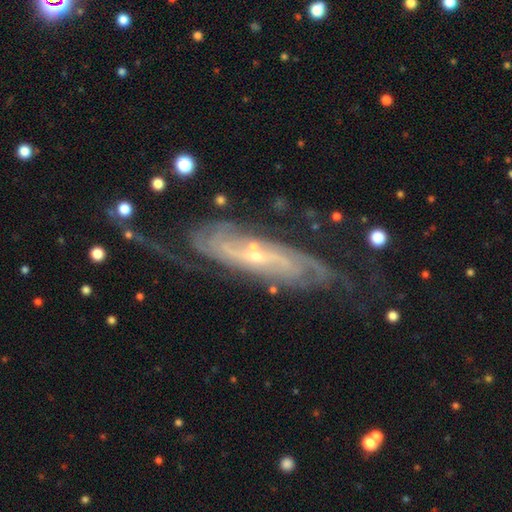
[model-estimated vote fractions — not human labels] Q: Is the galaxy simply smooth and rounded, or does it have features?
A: featured or disk — 87%.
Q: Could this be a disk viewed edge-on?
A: no — 80%.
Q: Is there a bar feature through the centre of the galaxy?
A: no — 48%.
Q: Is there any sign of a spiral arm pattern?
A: yes — 96%.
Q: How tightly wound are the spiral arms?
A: tight — 59%.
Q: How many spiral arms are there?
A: can't tell — 38%.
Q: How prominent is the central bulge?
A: small — 72%.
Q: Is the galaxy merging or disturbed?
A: none — 70%.